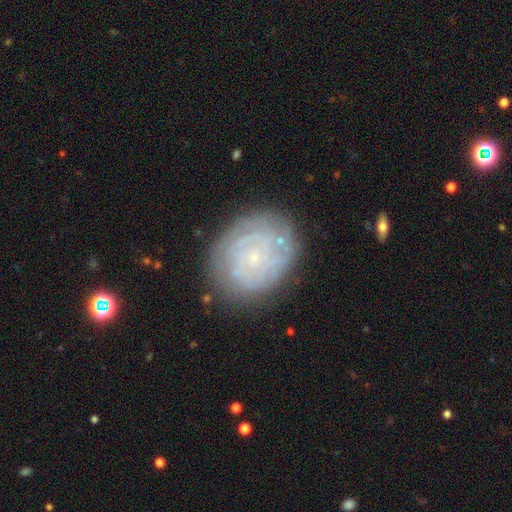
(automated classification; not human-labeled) Morphology: type=featured or disk (70%); edge-on=no (97%); bar=no (80%); spiral arms=yes (86%); winding=tight (78%); arm count=can't tell (48%); bulge=small (84%); merging=none (79%).